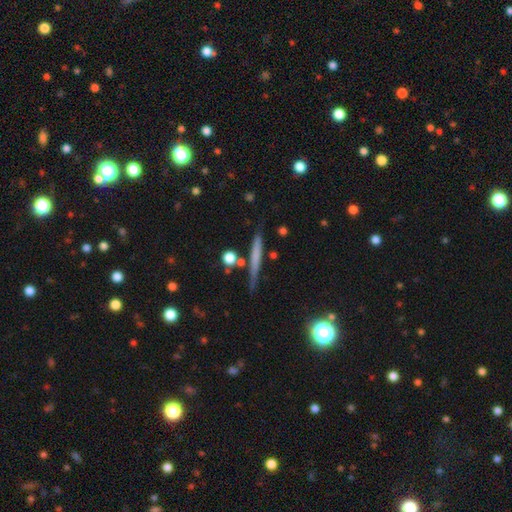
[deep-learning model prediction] This appears to be a smooth galaxy with no disk features (55%) that is cigar-shaped (93%). Merging: none (80%).